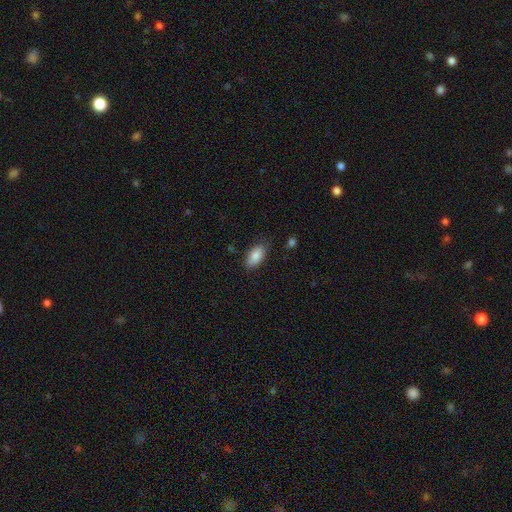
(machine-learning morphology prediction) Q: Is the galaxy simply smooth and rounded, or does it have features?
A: smooth — 87%.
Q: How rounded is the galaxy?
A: in between — 92%.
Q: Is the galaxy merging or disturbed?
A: none — 78%.